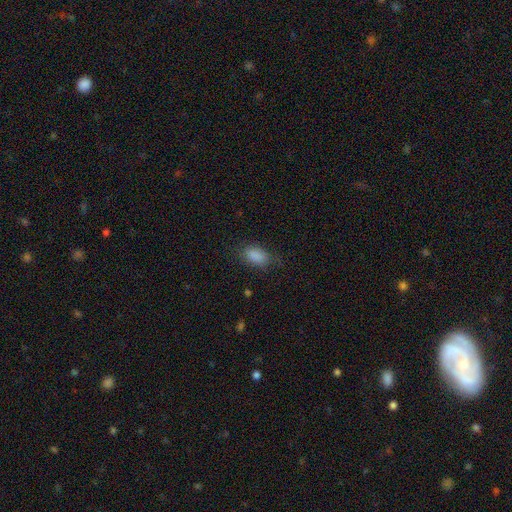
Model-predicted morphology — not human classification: Q: Smooth or featured?
A: smooth (87%); runner-up: star or artifact (8%)
Q: How rounded?
A: in between (90%); runner-up: round (7%)
Q: Merging?
A: none (77%); runner-up: minor disturbance (17%)